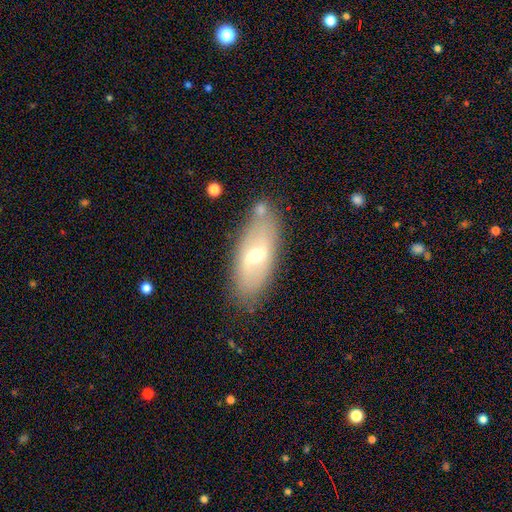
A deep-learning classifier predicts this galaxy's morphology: smooth_or_featured: featured or disk (p=0.57) [alt: smooth p=0.35]
disk_edge_on: no (p=0.77) [alt: yes p=0.23]
merging: none (p=0.78) [alt: minor disturbance p=0.13]